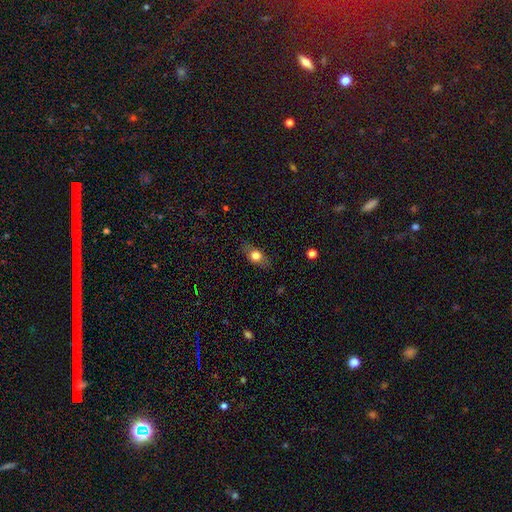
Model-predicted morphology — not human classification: A smooth galaxy with no disk features (69%) that is in between round and cigar-shaped (68%). Merging: none (79%).